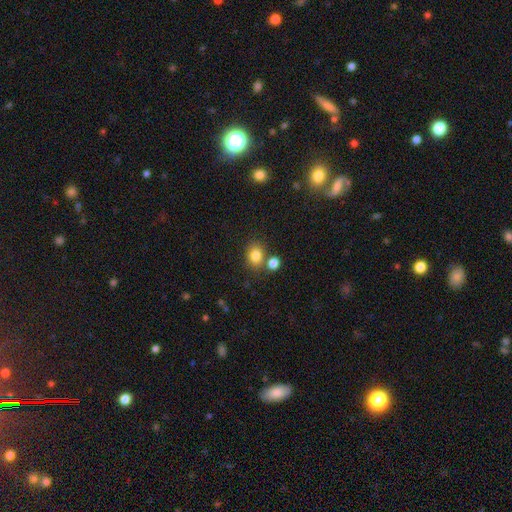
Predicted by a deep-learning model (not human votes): This is clearly a smooth galaxy (81%). How rounded: possibly round (57%). Merging: likely none (67%).